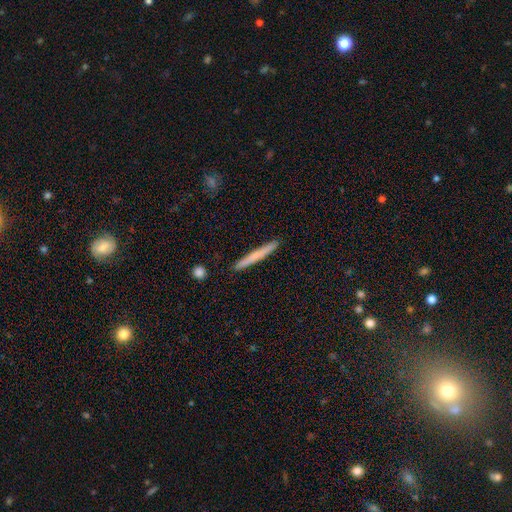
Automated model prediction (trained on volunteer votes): Smooth or featured: smooth — 66% (featured or disk — 29%)
How rounded: cigar-shaped — 97% (in between — 2%)
Merging: none — 92% (minor disturbance — 6%)